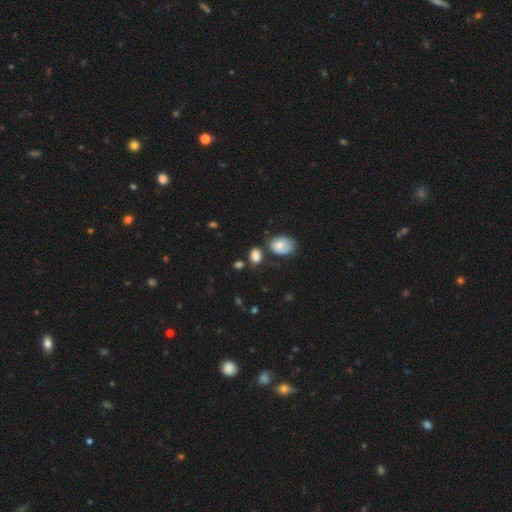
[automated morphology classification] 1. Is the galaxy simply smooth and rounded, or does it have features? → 84% smooth, 9% star or artifact, 7% featured or disk.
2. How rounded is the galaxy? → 74% in between, 24% round, 2% cigar-shaped.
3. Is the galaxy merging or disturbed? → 64% none, 19% minor disturbance, 12% merger, 6% major disturbance.